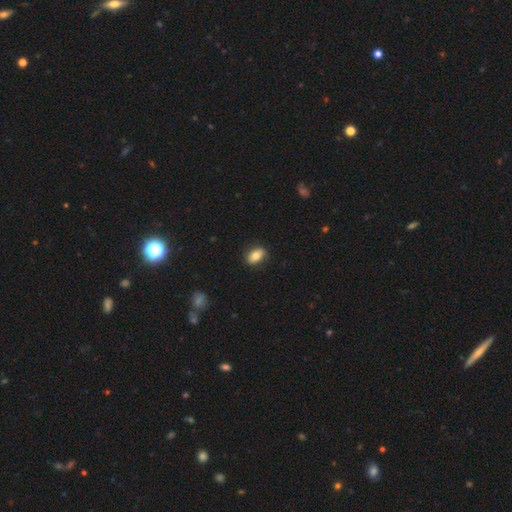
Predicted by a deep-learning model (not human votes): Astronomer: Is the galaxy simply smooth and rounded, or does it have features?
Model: smooth — 77%.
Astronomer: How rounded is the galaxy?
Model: in between — 85%.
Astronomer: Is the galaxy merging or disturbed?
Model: none — 84%.